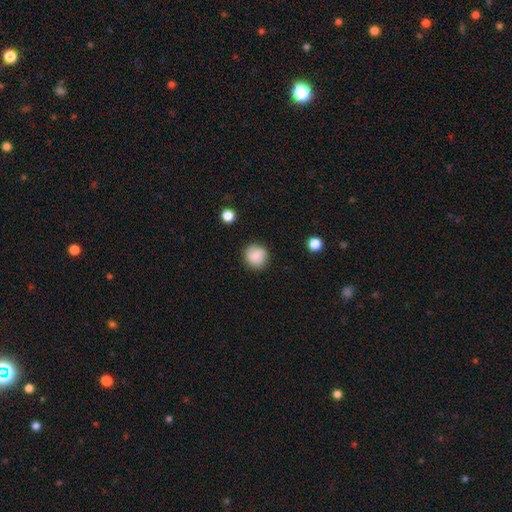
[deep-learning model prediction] Smooth or featured? Predicted: smooth (p=0.82). How rounded? Predicted: round (p=0.91). Merging? Predicted: none (p=0.85).